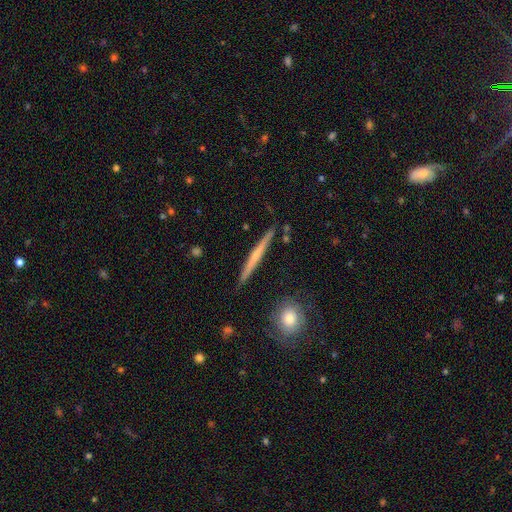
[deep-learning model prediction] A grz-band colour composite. It shows a featured or disk galaxy (57%) viewed edge-on (97%) with no central bulge (61%). Merging: none (90%).